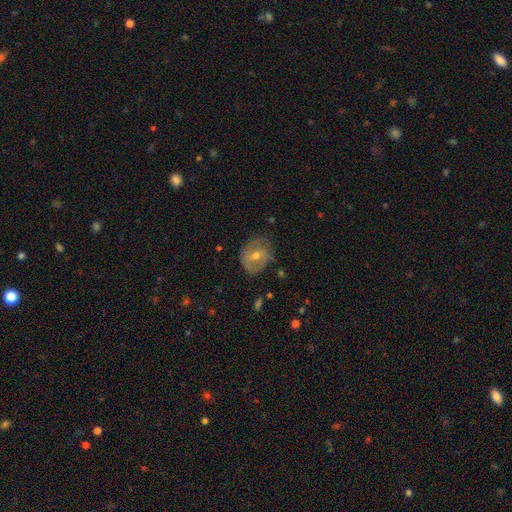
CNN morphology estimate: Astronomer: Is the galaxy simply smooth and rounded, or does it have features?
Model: featured or disk — 55% (runner-up: smooth, 35%).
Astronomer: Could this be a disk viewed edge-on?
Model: no — 95%.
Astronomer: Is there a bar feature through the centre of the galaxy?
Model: no — 48% (runner-up: weak, 38%).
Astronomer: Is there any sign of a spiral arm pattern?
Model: yes — 55% (runner-up: no, 45%).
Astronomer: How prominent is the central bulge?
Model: moderate — 57% (runner-up: small, 40%).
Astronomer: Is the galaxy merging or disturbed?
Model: none — 66%.